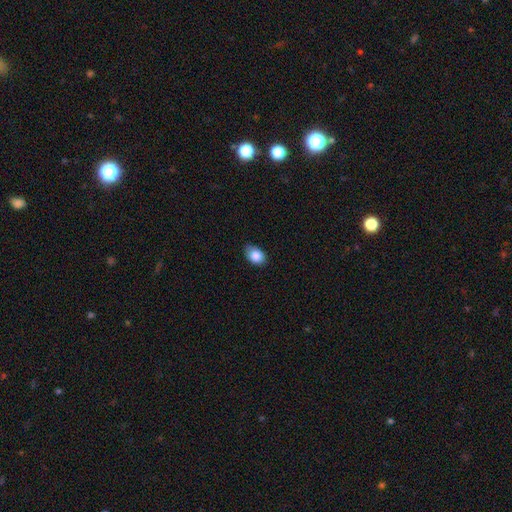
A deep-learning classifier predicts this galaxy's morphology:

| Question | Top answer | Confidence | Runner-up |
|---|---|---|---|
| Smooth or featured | smooth | 86% | star or artifact (8%) |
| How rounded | in between | 77% | round (22%) |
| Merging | none | 76% | minor disturbance (20%) |